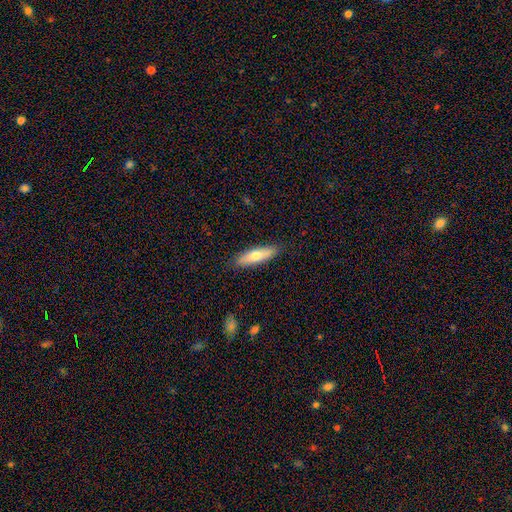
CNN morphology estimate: A smooth galaxy with no disk features (65%) that is cigar-shaped (57%).

Vote fractions:
- Smooth or featured? smooth: 65% / featured or disk: 30% / star or artifact: 6%
- How rounded? cigar-shaped: 57% / in between: 41% / round: 2%
- Merging? none: 88% / minor disturbance: 9% / major disturbance: 2% / merger: 1%